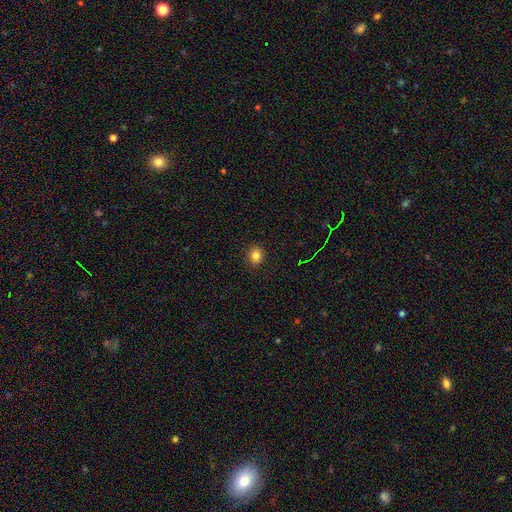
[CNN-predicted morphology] Smooth or featured? smooth (82%)
How rounded? round (73%)
Merging? none (90%)